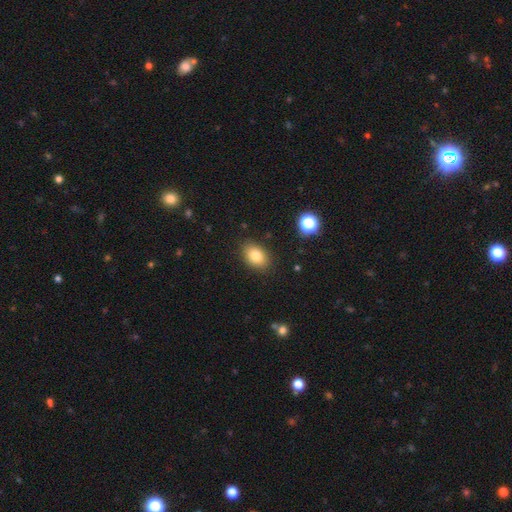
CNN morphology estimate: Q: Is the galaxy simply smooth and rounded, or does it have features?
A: smooth — 81%.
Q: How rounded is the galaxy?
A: in between — 81%.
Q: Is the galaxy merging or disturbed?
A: none — 87%.